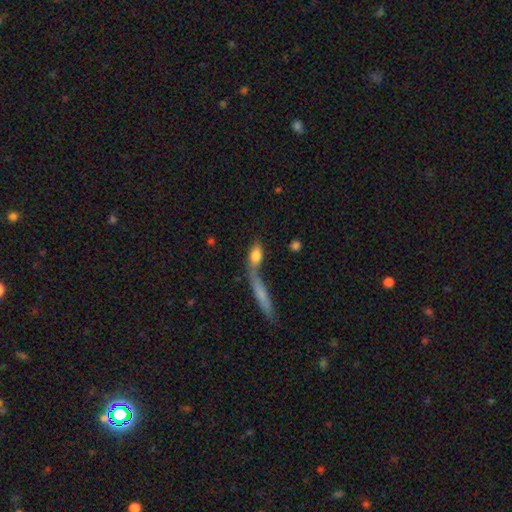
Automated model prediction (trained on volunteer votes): A smooth galaxy with no disk features (74%) that is in between round and cigar-shaped (65%). Merging: merger (42%).